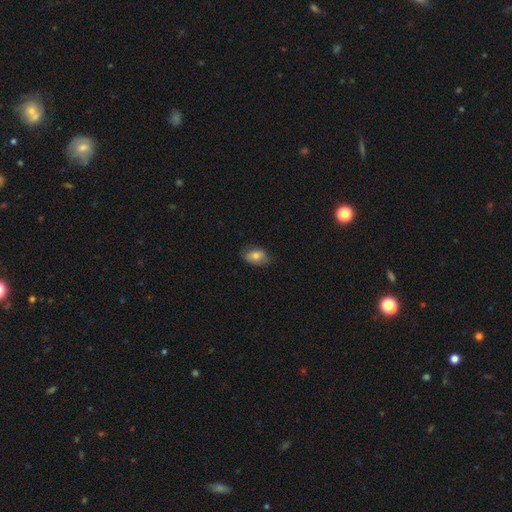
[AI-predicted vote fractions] Q: Smooth or featured?
A: smooth (71%); runner-up: featured or disk (21%)
Q: How rounded?
A: in between (88%); runner-up: round (11%)
Q: Merging?
A: none (74%); runner-up: minor disturbance (20%)